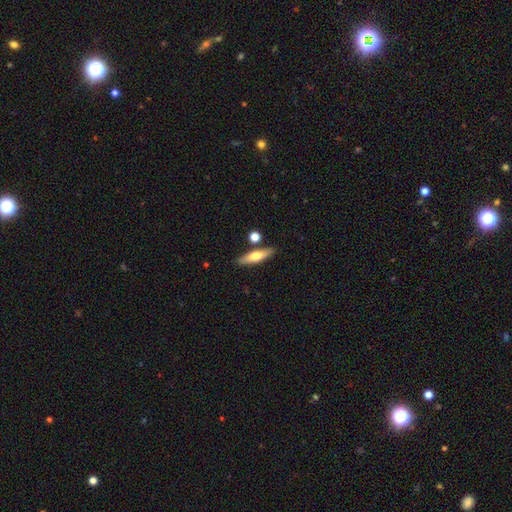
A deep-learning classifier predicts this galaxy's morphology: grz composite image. It shows a smooth galaxy with no disk features (58%) that is cigar-shaped (68%). Merging: none (80%).